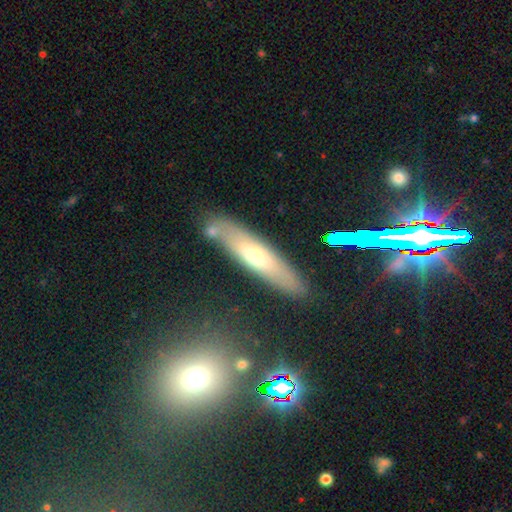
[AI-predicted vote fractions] smooth-or-featured: smooth: 52% | featured or disk: 39% | star or artifact: 9%
  how-rounded: cigar-shaped: 74% | in between: 24% | round: 2%
  merging: none: 81% | minor disturbance: 11% | merger: 5% | major disturbance: 3%